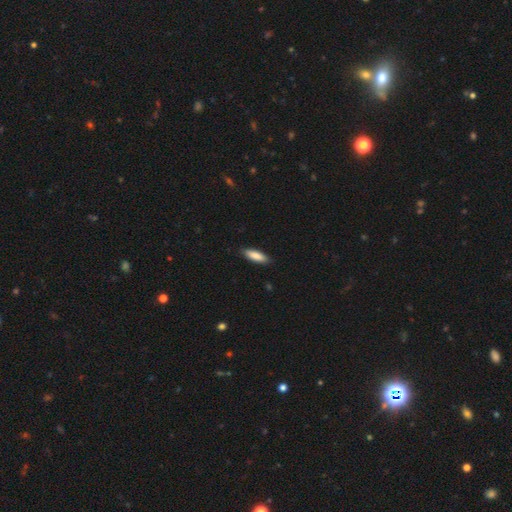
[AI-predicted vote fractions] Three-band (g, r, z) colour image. It shows a smooth galaxy with no disk features (85%) that is in between round and cigar-shaped (52%). Merging: none (87%).